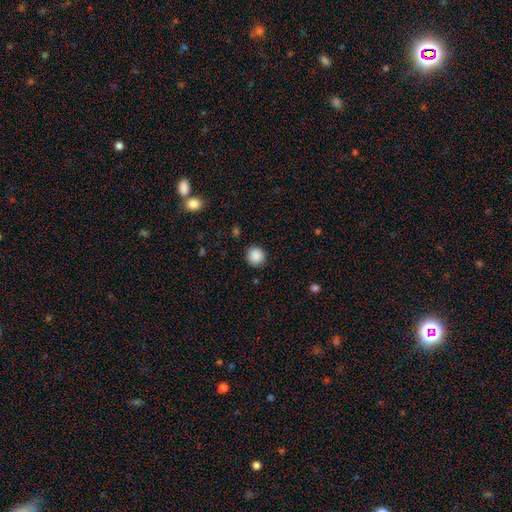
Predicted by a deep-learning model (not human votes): This is clearly a smooth galaxy (88%). How rounded: clearly round (94%). Merging: clearly none (90%).